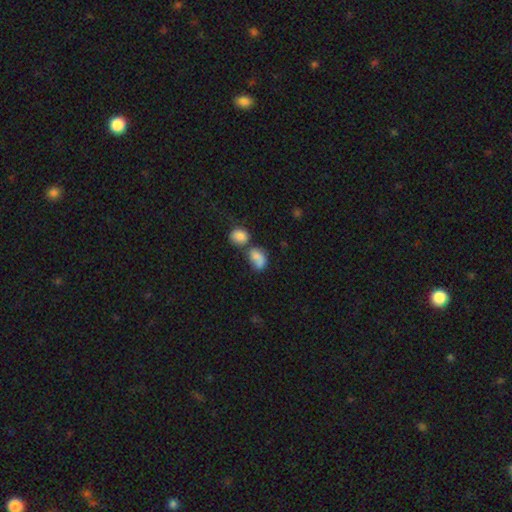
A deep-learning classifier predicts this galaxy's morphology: Smooth or featured?
  - smooth: 74% *
  - featured or disk: 16%
  - star or artifact: 10%
How rounded?
  - in between: 72% *
  - round: 26%
  - cigar-shaped: 2%
Merging?
  - merger: 48% *
  - none: 29%
  - minor disturbance: 14%
  - major disturbance: 9%